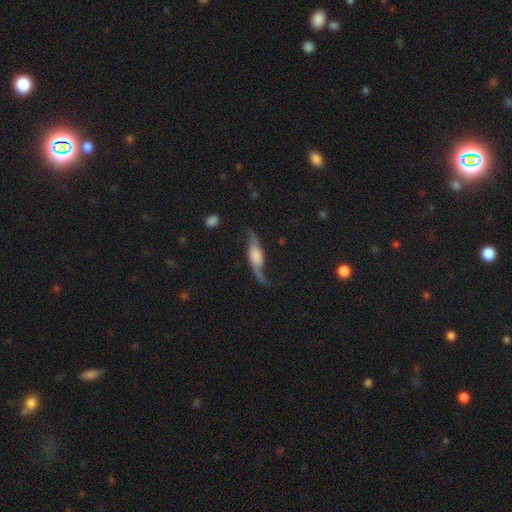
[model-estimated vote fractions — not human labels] smooth-or-featured: featured or disk: 78% | smooth: 16% | star or artifact: 7%
  disk-edge-on: no: 65% | yes: 35%
    bar: no: 58% | weak: 30% | strong: 13%
    has-spiral-arms: yes: 93% | no: 7%
    bulge-size: large: 33% | none: 21% | moderate: 17% | dominant: 15% | small: 14%
  merging: none: 64% | minor disturbance: 20% | major disturbance: 13% | merger: 3%